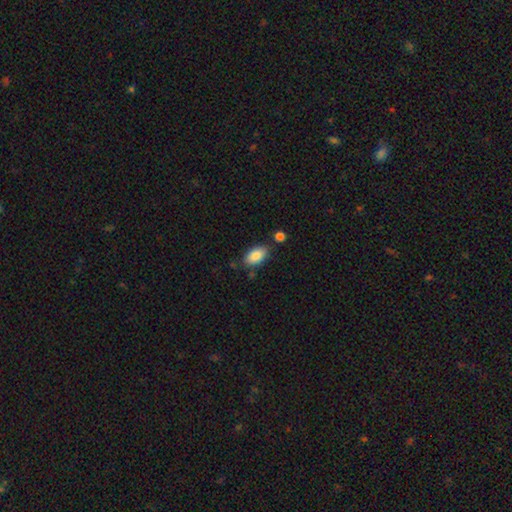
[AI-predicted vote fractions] A smooth galaxy with no disk features (87%) that is in between round and cigar-shaped (94%).

Vote fractions:
- Smooth or featured? smooth: 87% / star or artifact: 7% / featured or disk: 6%
- How rounded? in between: 94% / round: 4% / cigar-shaped: 3%
- Merging? none: 78% / minor disturbance: 13% / merger: 6% / major disturbance: 3%